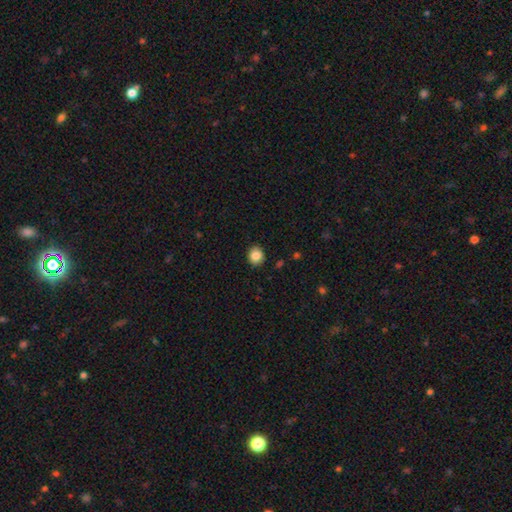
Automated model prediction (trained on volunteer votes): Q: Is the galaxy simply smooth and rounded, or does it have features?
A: smooth — 85%.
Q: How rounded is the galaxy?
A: round — 73%.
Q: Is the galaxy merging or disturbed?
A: none — 90%.